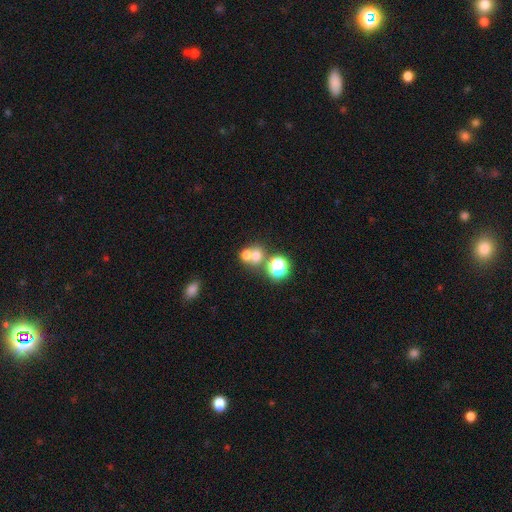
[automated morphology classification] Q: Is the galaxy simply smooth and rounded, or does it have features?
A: smooth — 62%.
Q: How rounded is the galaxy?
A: round — 77%.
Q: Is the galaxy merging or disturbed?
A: merger — 49%.